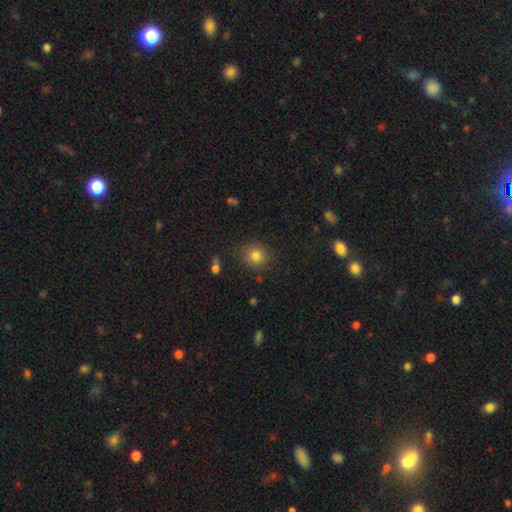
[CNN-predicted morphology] type=smooth (81%); roundness=round (86%); merging=none (84%).